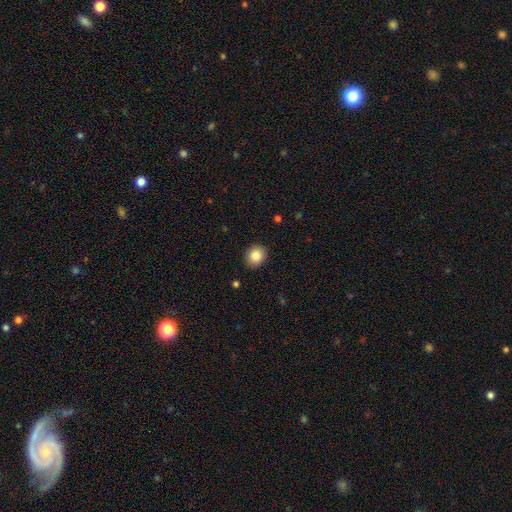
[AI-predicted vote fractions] Q: Smooth or featured?
A: smooth (85%); runner-up: star or artifact (9%)
Q: How rounded?
A: round (64%); runner-up: in between (35%)
Q: Merging?
A: none (90%); runner-up: minor disturbance (8%)